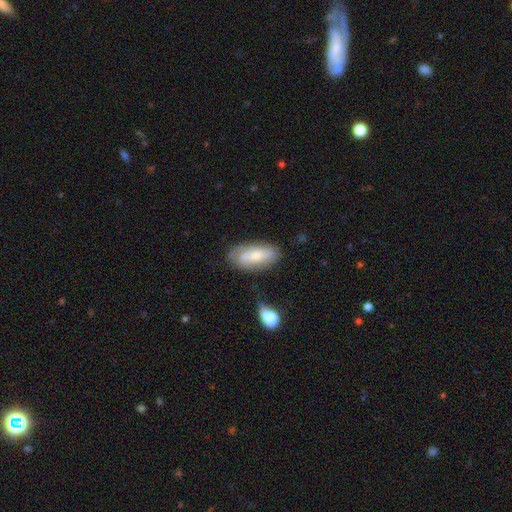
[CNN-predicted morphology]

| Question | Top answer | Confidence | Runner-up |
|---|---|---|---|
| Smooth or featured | smooth | 54% | featured or disk (39%) |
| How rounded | in between | 89% | cigar-shaped (8%) |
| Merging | none | 63% | minor disturbance (24%) |